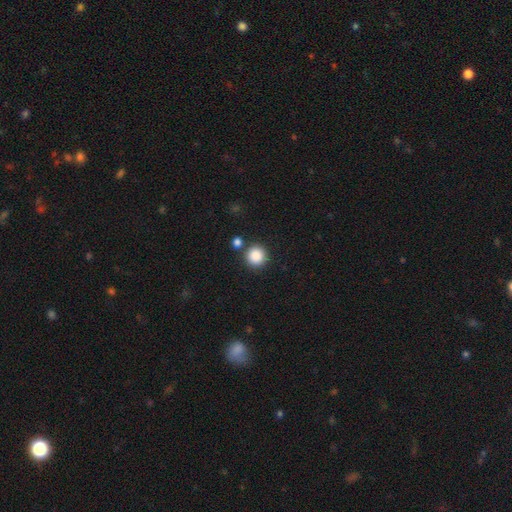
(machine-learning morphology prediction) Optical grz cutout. It shows a smooth galaxy with no disk features (87%) that is round (94%). Merging: none (83%).